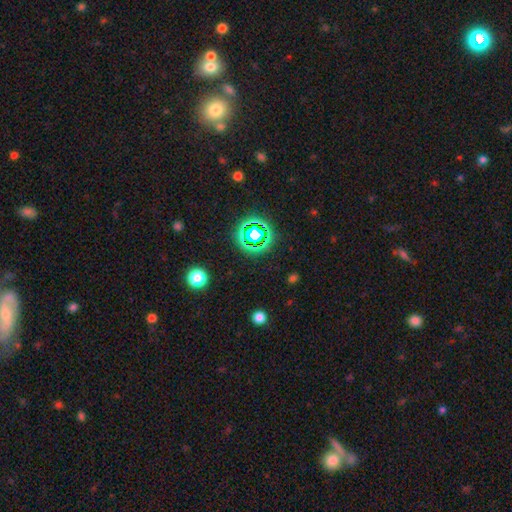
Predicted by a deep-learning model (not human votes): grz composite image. It shows a star or artifact, not a galaxy (61%).